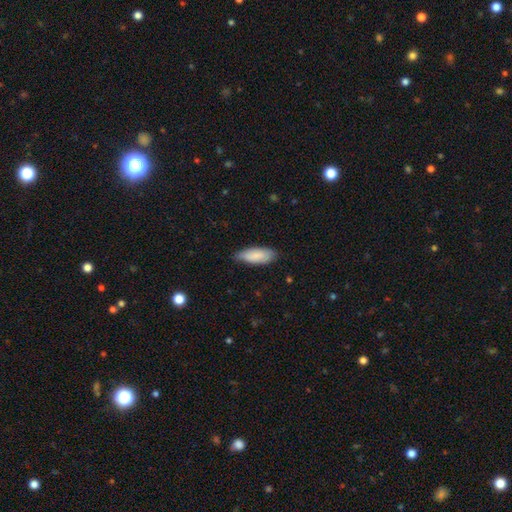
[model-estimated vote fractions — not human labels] smooth_or_featured: smooth (p=0.85) [alt: featured or disk p=0.09]
how_rounded: in between (p=0.75) [alt: cigar-shaped p=0.23]
merging: none (p=0.73) [alt: minor disturbance p=0.23]